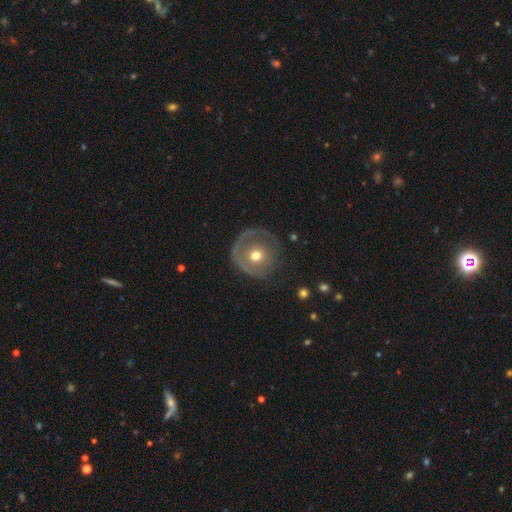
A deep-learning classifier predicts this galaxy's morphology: Smooth or featured: featured or disk — 53% (smooth — 40%)
Edge-on disk: no — 95% (yes — 5%)
Bar: no — 89% (weak — 9%)
Spiral arms: no — 66% (yes — 34%)
Bulge size: moderate — 75% (small — 17%)
Merging: none — 57% (minor disturbance — 22%)